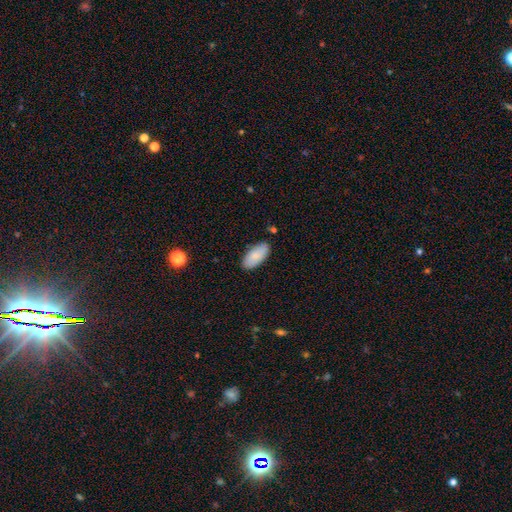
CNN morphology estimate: A smooth galaxy with no disk features (84%) that is in between round and cigar-shaped (93%). Merging: none (85%).